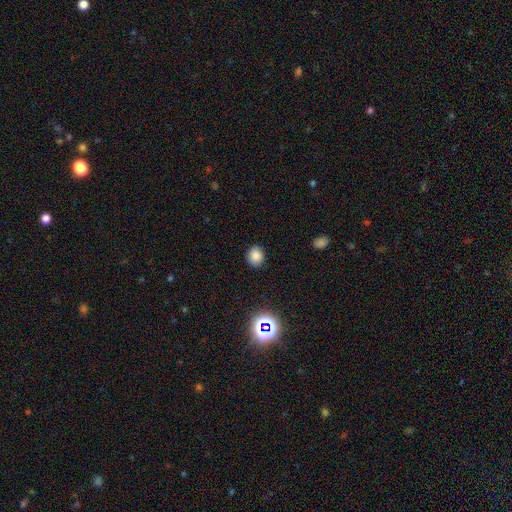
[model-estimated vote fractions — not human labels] smooth-or-featured: smooth: 82% | star or artifact: 13% | featured or disk: 5%
  how-rounded: round: 68% | in between: 31% | cigar-shaped: 1%
  merging: none: 89% | minor disturbance: 8% | major disturbance: 2% | merger: 1%